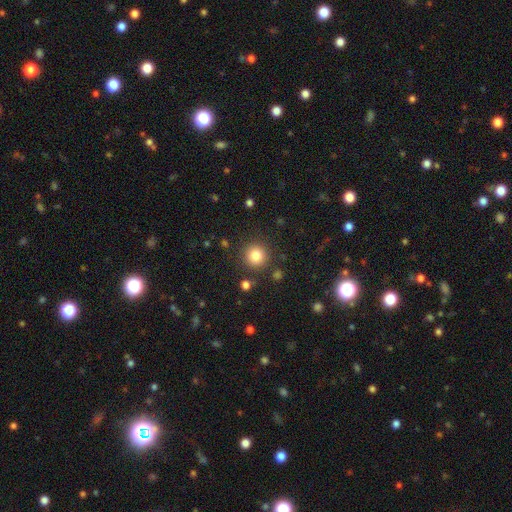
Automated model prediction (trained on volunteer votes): A smooth galaxy with no disk features (83%) that is round (95%). Merging: none (89%).